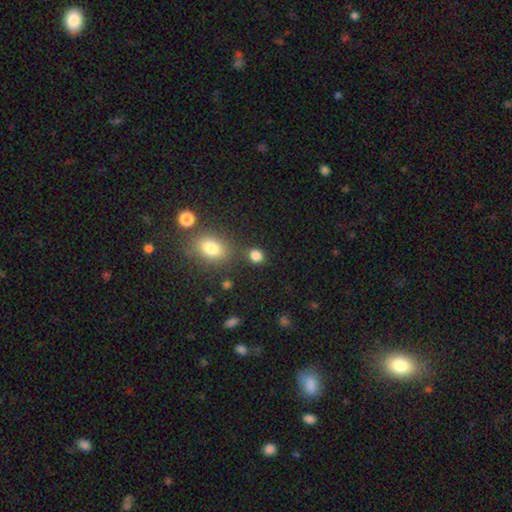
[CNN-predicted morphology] A smooth galaxy with no disk features (83%) that is round (64%). Merging: none (75%).